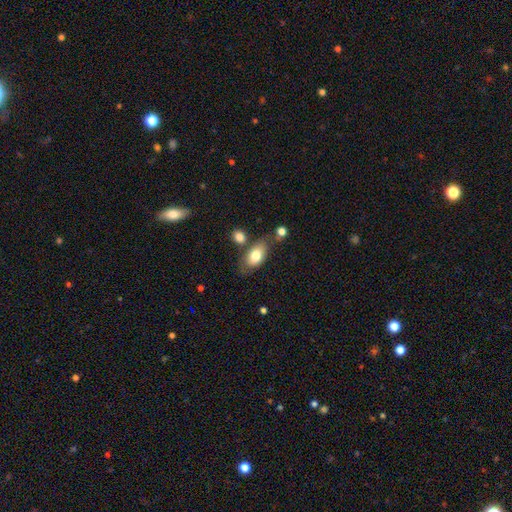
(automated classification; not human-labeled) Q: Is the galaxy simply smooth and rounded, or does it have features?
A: smooth — 76%.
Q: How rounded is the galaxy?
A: in between — 88%.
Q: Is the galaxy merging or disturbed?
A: none — 63%.